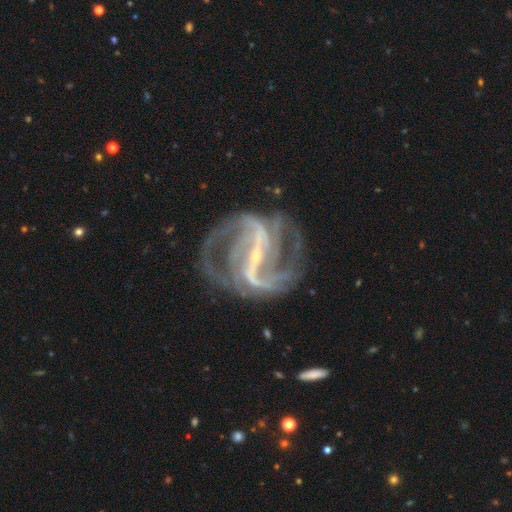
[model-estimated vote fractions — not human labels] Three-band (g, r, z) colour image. It shows a featured or disk galaxy (93%) with a strong bar (82%), 2 (44%) medium (50%) spiral arms (97%) and a small central bulge (82%). Merging: none (71%).